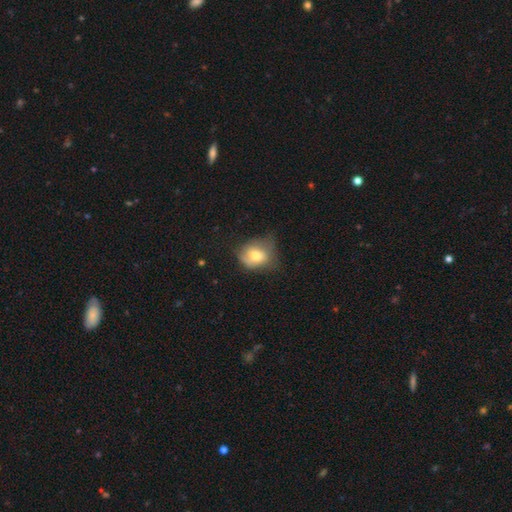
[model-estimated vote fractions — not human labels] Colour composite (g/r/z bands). It shows a smooth galaxy with no disk features (68%) that is round (56%). Merging: none (39%).